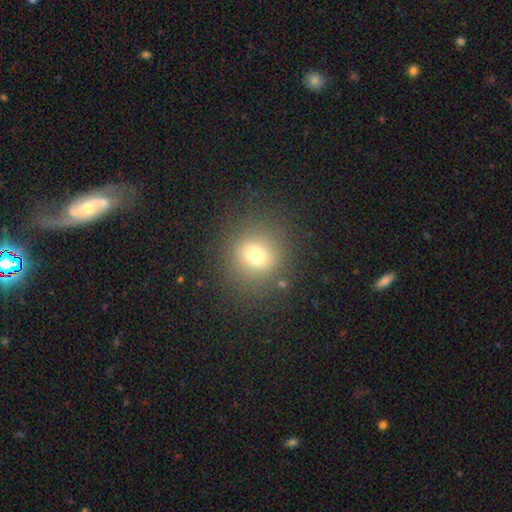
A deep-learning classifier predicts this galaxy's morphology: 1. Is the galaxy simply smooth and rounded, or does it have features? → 70% smooth, 16% star or artifact, 14% featured or disk.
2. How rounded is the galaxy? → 86% round, 13% in between, 1% cigar-shaped.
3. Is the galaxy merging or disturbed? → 84% none, 9% minor disturbance, 5% major disturbance, 2% merger.